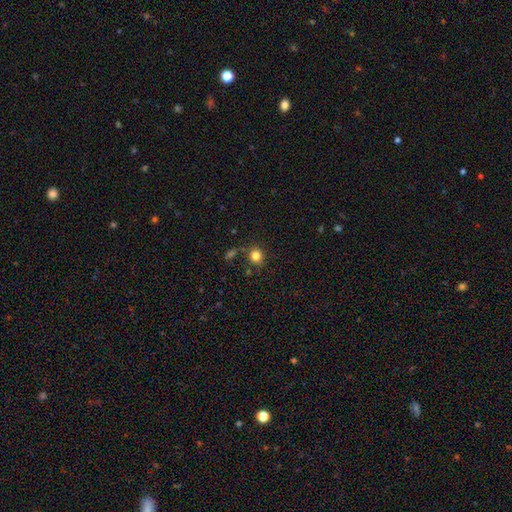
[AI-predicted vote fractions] smooth_or_featured: smooth (p=0.82) [alt: star or artifact p=0.13]
how_rounded: round (p=0.82) [alt: in between p=0.17]
merging: none (p=0.78) [alt: minor disturbance p=0.12]